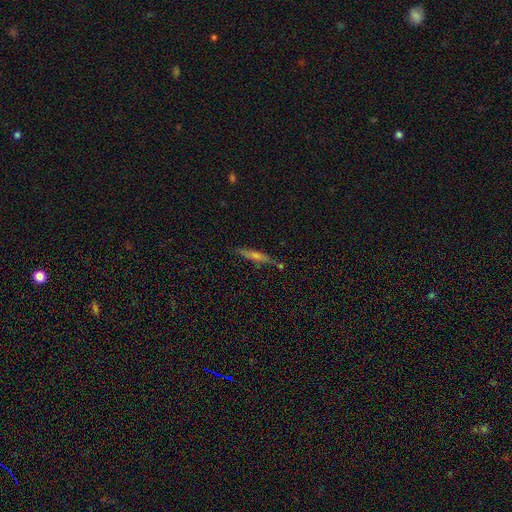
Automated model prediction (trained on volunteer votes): featured or disk 58%, smooth 32%, star or artifact 10%. Down the decision tree: edge-on disk — yes (94%); edge-on bulge — rounded (71%); merging — none (81%).